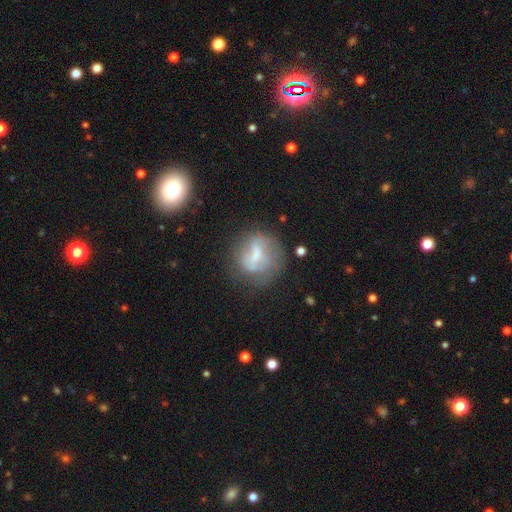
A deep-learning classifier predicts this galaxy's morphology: Smooth or featured?
  - smooth: 47% *
  - featured or disk: 43%
  - star or artifact: 10%
Merging?
  - none: 52% *
  - minor disturbance: 24%
  - major disturbance: 19%
  - merger: 6%